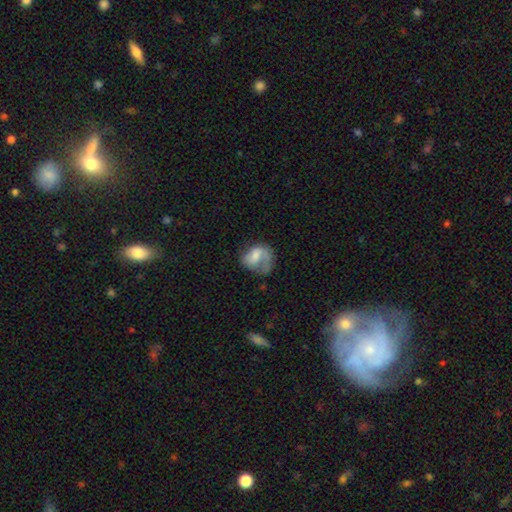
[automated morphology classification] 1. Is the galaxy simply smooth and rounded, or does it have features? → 46% featured or disk (tied), 46% smooth (tied), 8% star or artifact.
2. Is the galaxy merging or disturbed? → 36% major disturbance (tied), 36% none (tied), 25% minor disturbance, 3% merger.